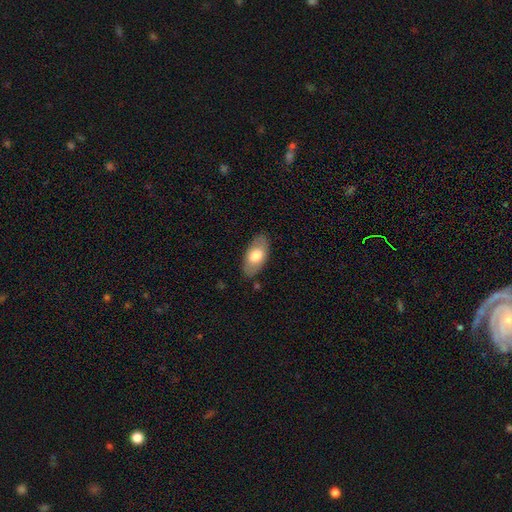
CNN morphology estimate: smooth_or_featured: smooth (p=0.71) [alt: featured or disk p=0.23]
how_rounded: in between (p=0.93) [alt: cigar-shaped p=0.04]
merging: none (p=0.83) [alt: minor disturbance p=0.12]